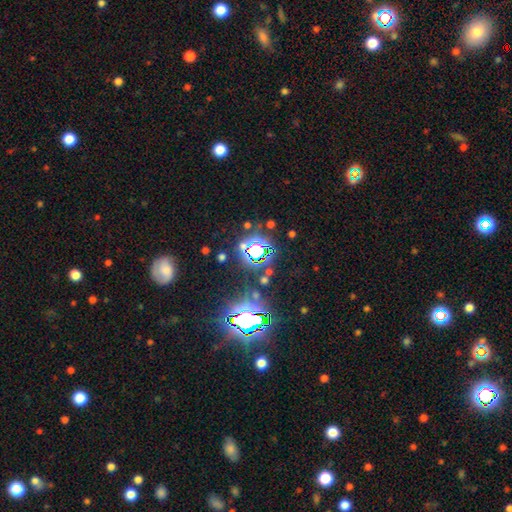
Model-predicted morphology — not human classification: Smooth or featured? star or artifact (77%)